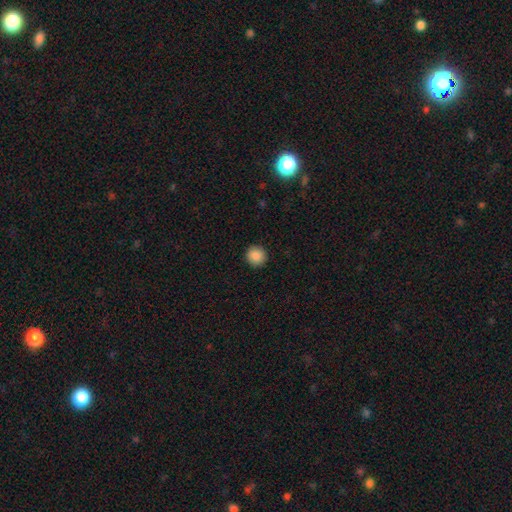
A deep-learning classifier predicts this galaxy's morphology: Smooth or featured?
  - smooth: 88% *
  - star or artifact: 9%
  - featured or disk: 3%
How rounded?
  - round: 94% *
  - in between: 5%
  - cigar-shaped: 1%
Merging?
  - none: 93% *
  - minor disturbance: 5%
  - major disturbance: 2%
  - merger: 1%